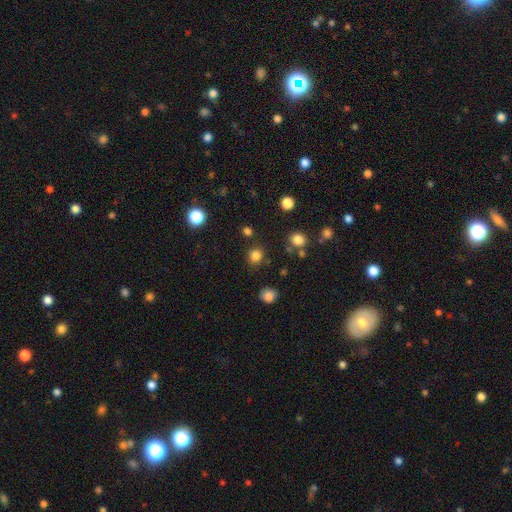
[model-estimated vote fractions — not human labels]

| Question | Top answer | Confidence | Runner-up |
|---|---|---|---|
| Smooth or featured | smooth | 81% | star or artifact (14%) |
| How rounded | round | 85% | in between (14%) |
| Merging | none | 84% | minor disturbance (9%) |